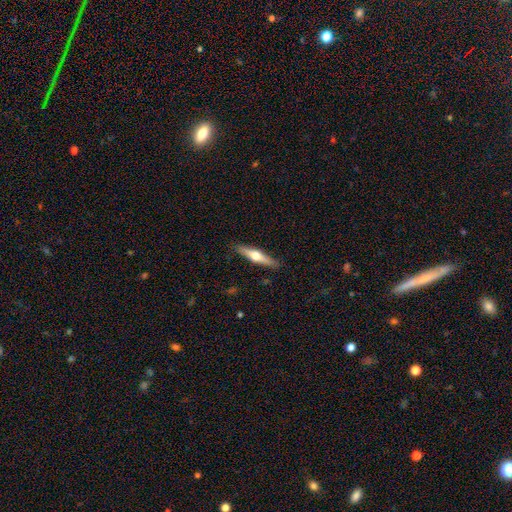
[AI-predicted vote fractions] Morphology: type=featured or disk (58%); edge-on=yes (96%); edge-on bulge=rounded (93%); merging=none (89%).